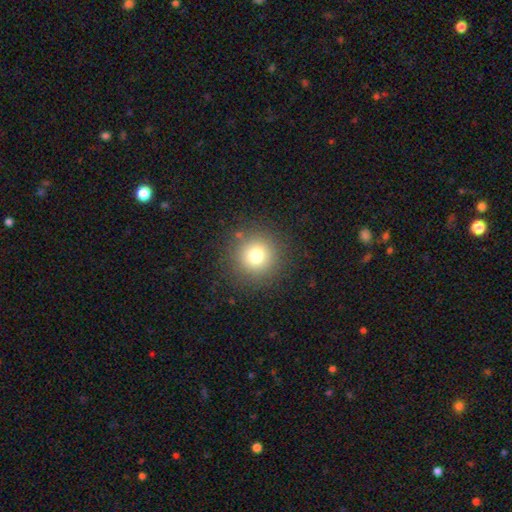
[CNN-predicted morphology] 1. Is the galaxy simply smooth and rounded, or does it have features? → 76% smooth, 14% star or artifact, 10% featured or disk.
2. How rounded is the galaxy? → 95% round, 4% in between, 1% cigar-shaped.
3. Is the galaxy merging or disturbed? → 87% none, 8% minor disturbance, 4% major disturbance, 1% merger.